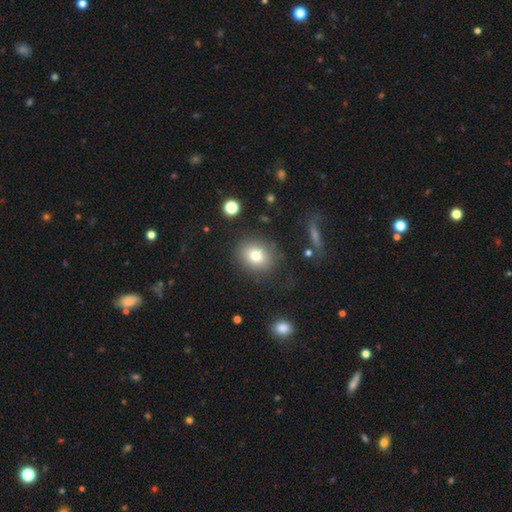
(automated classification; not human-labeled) smooth_or_featured: smooth (p=0.76) [alt: star or artifact p=0.12]
how_rounded: round (p=0.70) [alt: in between p=0.29]
merging: none (p=0.82) [alt: minor disturbance p=0.11]